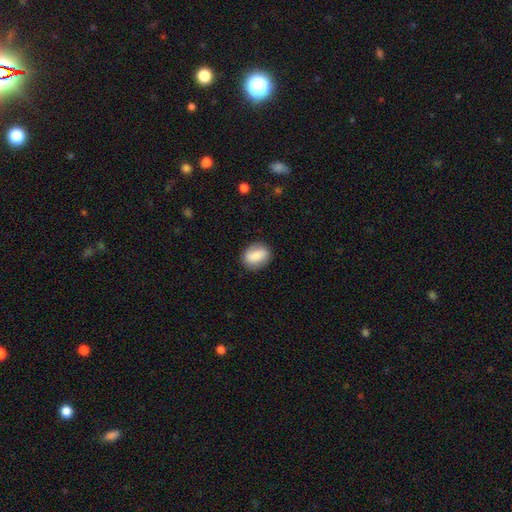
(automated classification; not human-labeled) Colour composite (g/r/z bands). It shows a smooth galaxy with no disk features (77%) that is in between round and cigar-shaped (61%). Merging: none (83%).